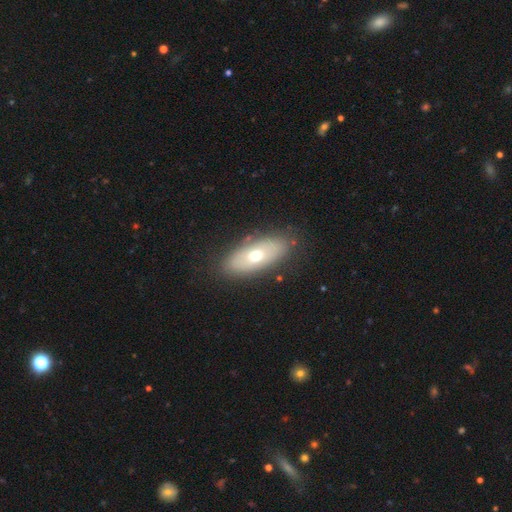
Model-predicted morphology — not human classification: Smooth or featured?
  - smooth: 59% *
  - featured or disk: 33%
  - star or artifact: 7%
How rounded?
  - in between: 83% *
  - cigar-shaped: 12%
  - round: 4%
Merging?
  - none: 84% *
  - minor disturbance: 11%
  - major disturbance: 3%
  - merger: 2%